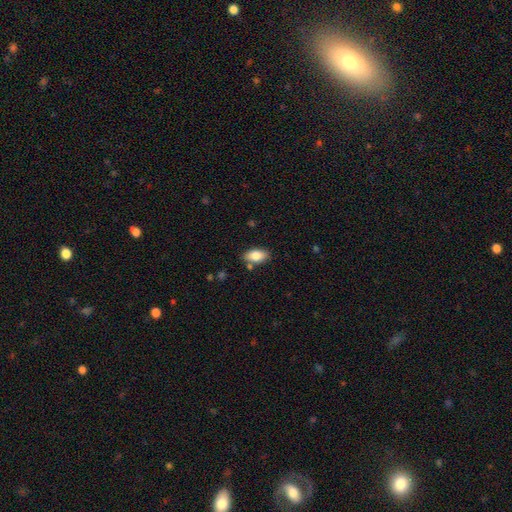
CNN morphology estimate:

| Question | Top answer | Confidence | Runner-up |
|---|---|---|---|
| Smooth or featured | smooth | 82% | featured or disk (11%) |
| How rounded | in between | 91% | cigar-shaped (4%) |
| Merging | none | 80% | minor disturbance (12%) |